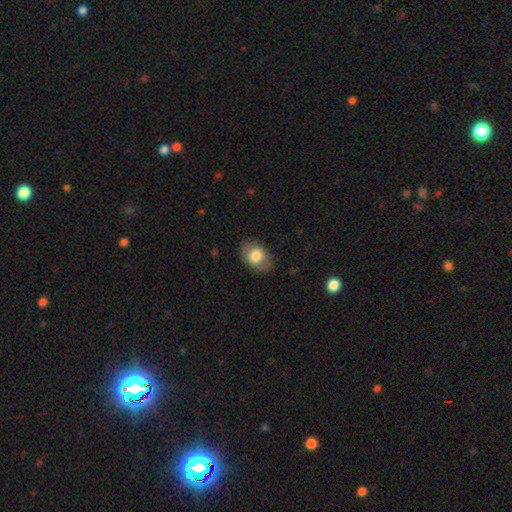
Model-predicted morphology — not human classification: Smooth or featured? Predicted: smooth (p=0.74). How rounded? Predicted: in between (p=0.81). Merging? Predicted: none (p=0.81).